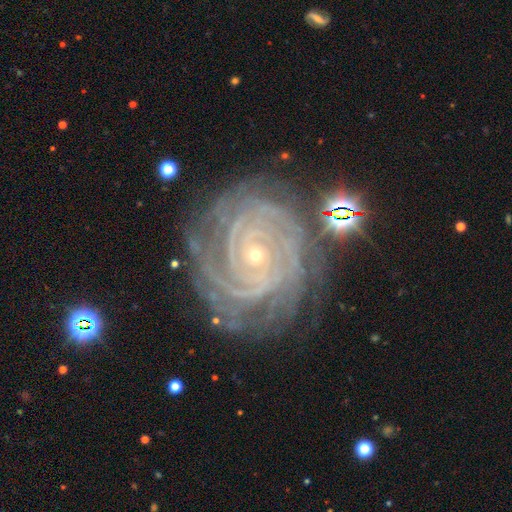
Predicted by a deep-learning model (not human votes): Smooth or featured? Predicted: featured or disk (p=0.91). Edge-on disk? Predicted: no (p=0.98). Bar? Predicted: no (p=0.69). Spiral arms? Predicted: yes (p=0.99). Spiral winding? Predicted: tight (p=0.86). Spiral arm count? Predicted: 4 (p=0.23). Bulge size? Predicted: small (p=0.85). Merging? Predicted: none (p=0.78).